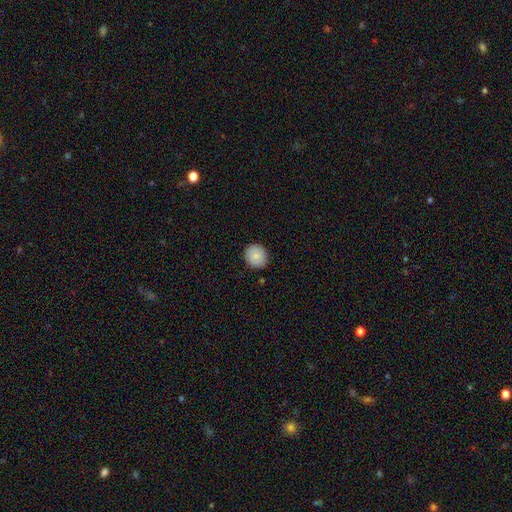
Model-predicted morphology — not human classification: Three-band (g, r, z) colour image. It shows a smooth galaxy with no disk features (85%) that is round (84%). Merging: none (88%).